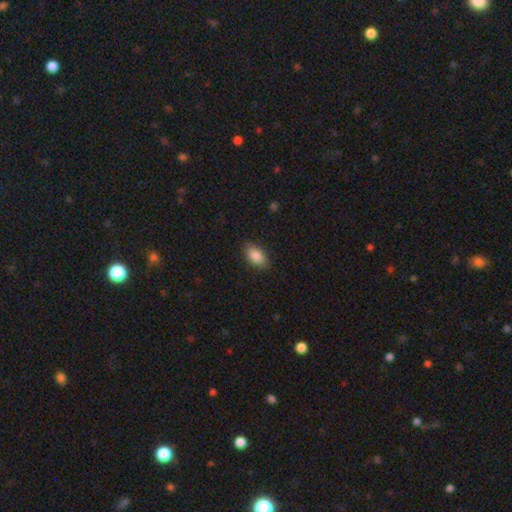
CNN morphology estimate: smooth-or-featured: smooth: 88% | star or artifact: 7% | featured or disk: 5%
  how-rounded: in between: 92% | round: 4% | cigar-shaped: 3%
  merging: none: 86% | minor disturbance: 10% | major disturbance: 2% | merger: 1%